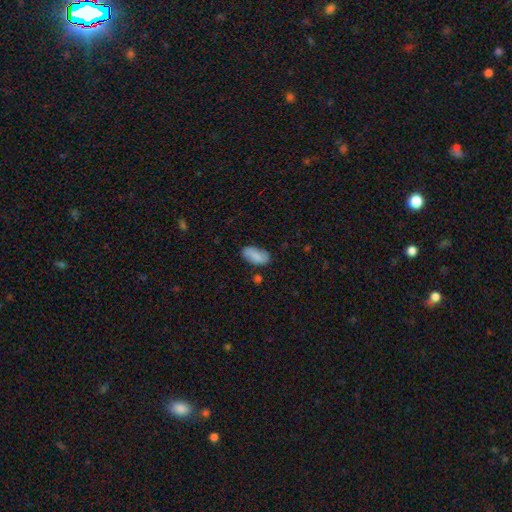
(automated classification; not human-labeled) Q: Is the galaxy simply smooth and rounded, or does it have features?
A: smooth — 76%.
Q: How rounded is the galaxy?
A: in between — 92%.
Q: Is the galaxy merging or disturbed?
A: none — 73%.